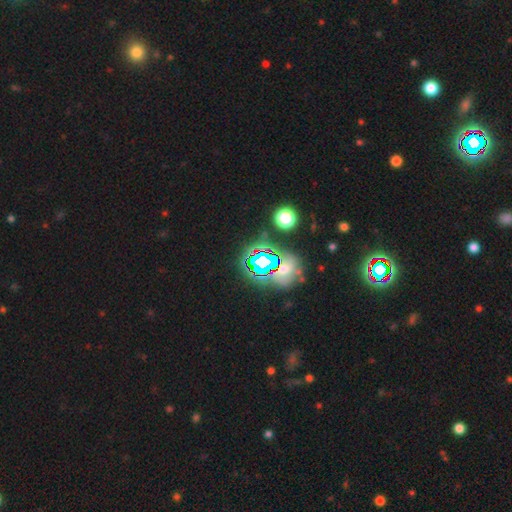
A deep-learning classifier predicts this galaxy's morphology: This is likely a star or artifact rather than a galaxy (78%).